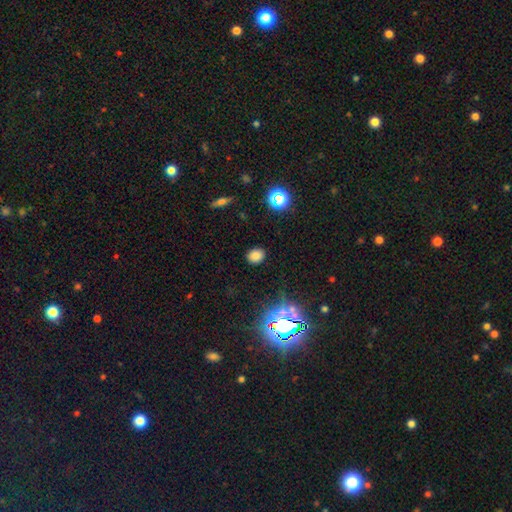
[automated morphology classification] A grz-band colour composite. It shows a smooth galaxy with no disk features (77%) that is round (51%). Merging: none (87%).